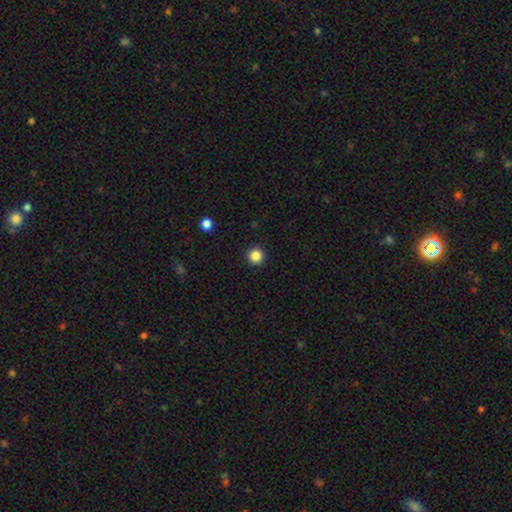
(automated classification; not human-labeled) Smooth or featured? smooth (86%)
How rounded? round (96%)
Merging? none (93%)